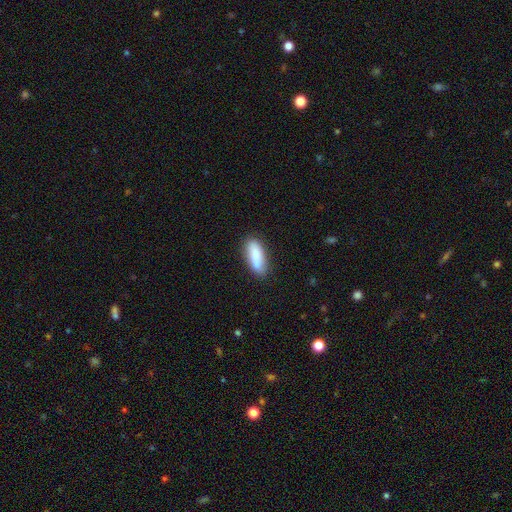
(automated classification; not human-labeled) A smooth galaxy with no disk features (85%) that is in between round and cigar-shaped (62%). Merging: none (80%).